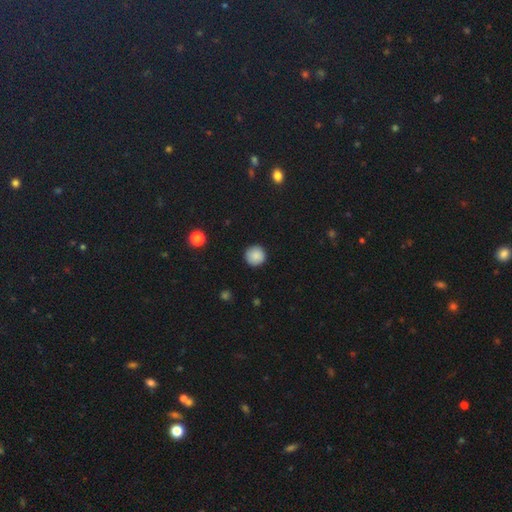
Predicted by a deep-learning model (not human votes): Smooth or featured? smooth (88%)
How rounded? round (96%)
Merging? none (92%)